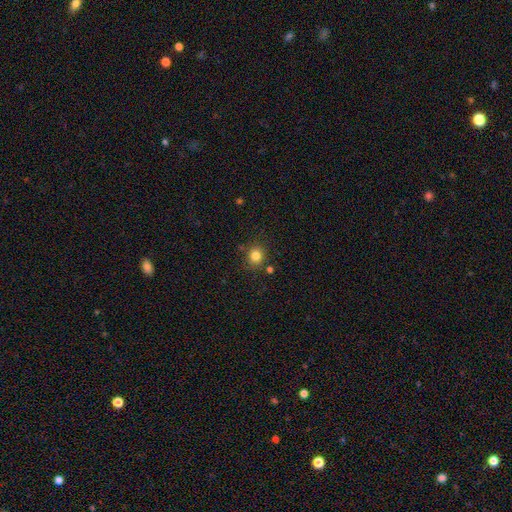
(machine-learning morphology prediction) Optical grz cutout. It shows a smooth galaxy with no disk features (82%) that is round (82%). Merging: none (80%).